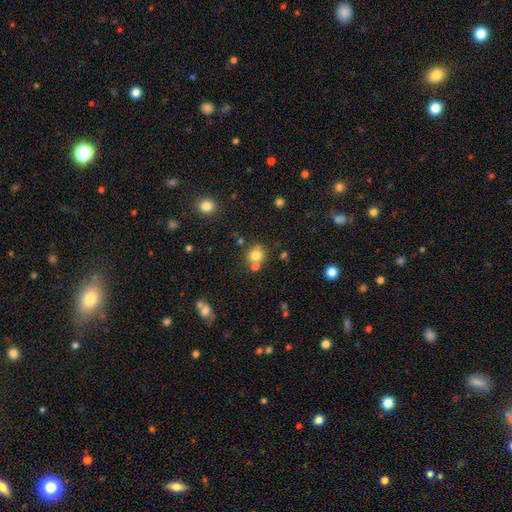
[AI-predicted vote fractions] smooth-or-featured: smooth: 77% | star or artifact: 13% | featured or disk: 11%
  how-rounded: round: 84% | in between: 15% | cigar-shaped: 1%
  merging: none: 62% | merger: 24% | minor disturbance: 11% | major disturbance: 4%